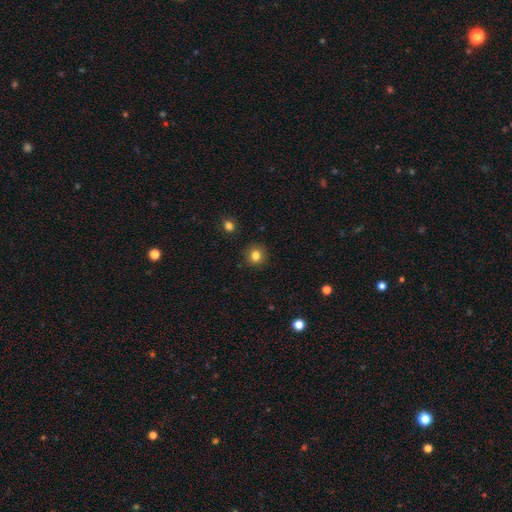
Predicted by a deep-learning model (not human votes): smooth-or-featured: smooth: 82% | star or artifact: 12% | featured or disk: 6%
  how-rounded: round: 88% | in between: 11% | cigar-shaped: 1%
  merging: none: 89% | minor disturbance: 7% | major disturbance: 2% | merger: 1%